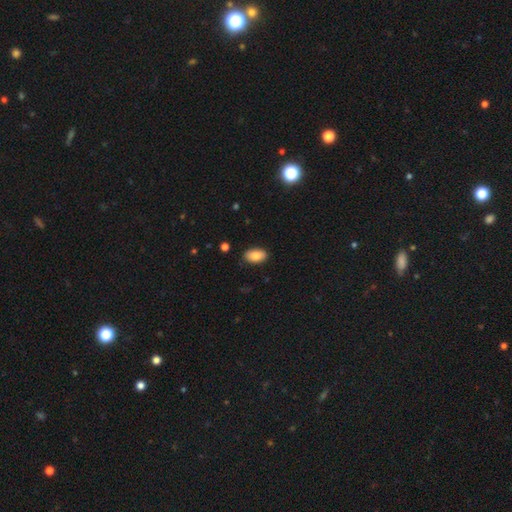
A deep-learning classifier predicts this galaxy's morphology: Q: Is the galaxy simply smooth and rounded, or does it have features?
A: smooth — 86%.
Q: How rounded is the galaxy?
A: in between — 93%.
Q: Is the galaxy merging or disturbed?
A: none — 88%.